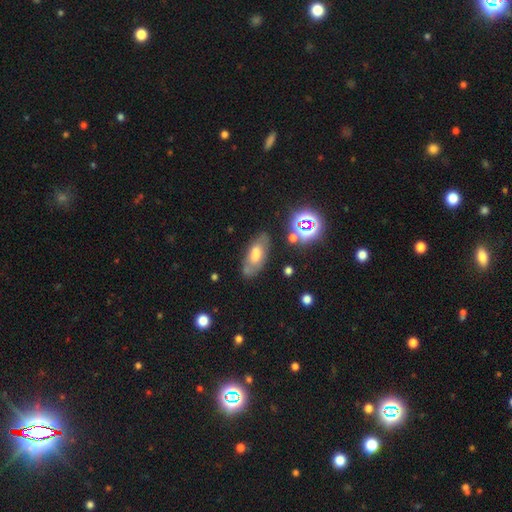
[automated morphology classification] This is possibly a smooth galaxy (52%). How rounded: clearly in between (83%). Merging: likely none (71%).